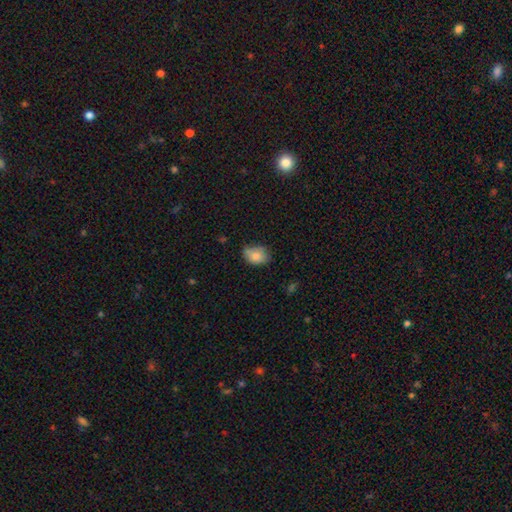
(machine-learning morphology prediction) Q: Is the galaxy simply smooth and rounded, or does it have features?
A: smooth — 81%.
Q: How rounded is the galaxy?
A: in between — 71%.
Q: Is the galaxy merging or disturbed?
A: none — 56%.